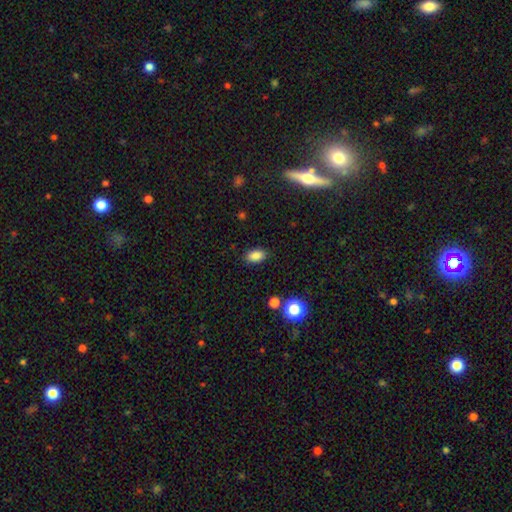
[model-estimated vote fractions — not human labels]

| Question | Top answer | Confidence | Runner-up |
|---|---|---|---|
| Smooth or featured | smooth | 85% | star or artifact (10%) |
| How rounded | in between | 89% | round (9%) |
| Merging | none | 87% | minor disturbance (9%) |